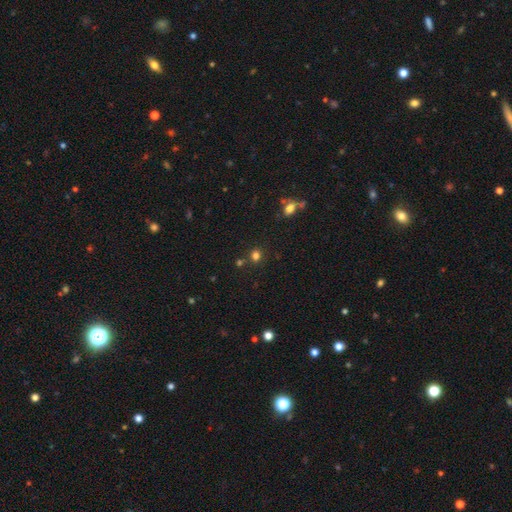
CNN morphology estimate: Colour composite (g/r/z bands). It shows a smooth galaxy with no disk features (74%) that is round (85%). Merging: none (78%).